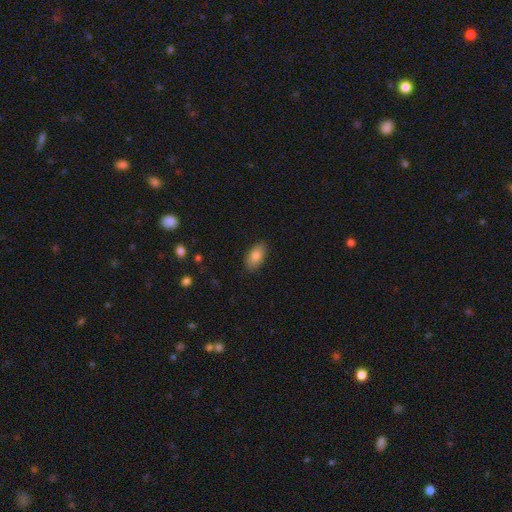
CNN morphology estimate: This is clearly a smooth galaxy (84%). How rounded: clearly in between (93%). Merging: clearly none (87%).